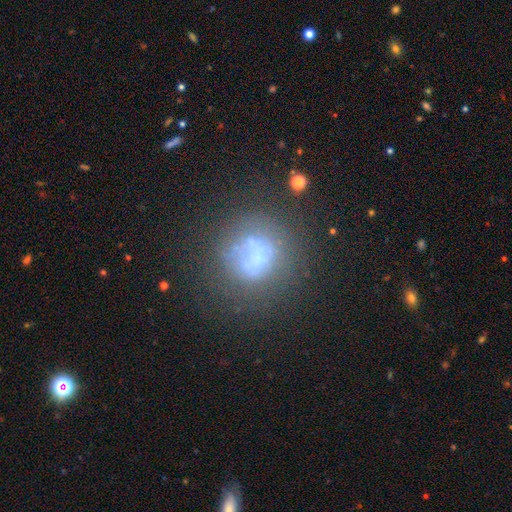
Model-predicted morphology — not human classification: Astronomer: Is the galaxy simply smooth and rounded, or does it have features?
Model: featured or disk — 46% (runner-up: smooth, 36%).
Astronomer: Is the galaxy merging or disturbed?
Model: none — 47%.